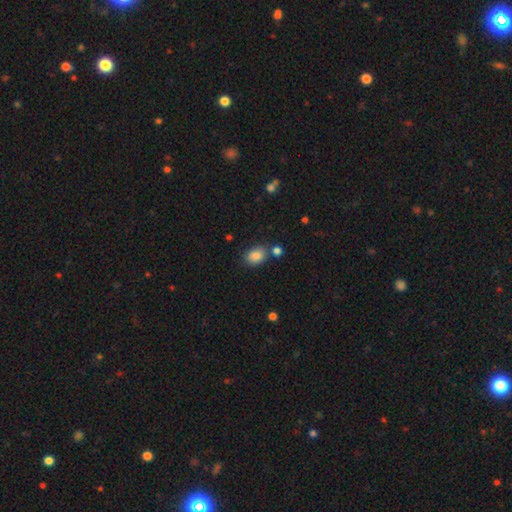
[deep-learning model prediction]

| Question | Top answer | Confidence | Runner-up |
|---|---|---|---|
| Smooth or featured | smooth | 86% | star or artifact (9%) |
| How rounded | in between | 77% | round (22%) |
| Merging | none | 73% | minor disturbance (14%) |